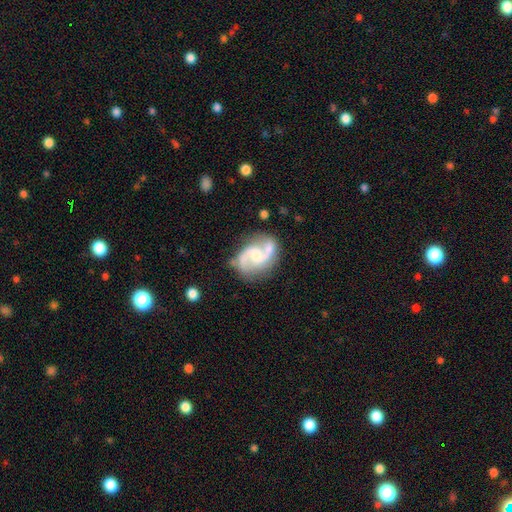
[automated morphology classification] Smooth or featured?
  - featured or disk: 89% *
  - smooth: 7%
  - star or artifact: 5%
Edge-on disk?
  - no: 98% *
  - yes: 2%
Bar?
  - no: 46% *
  - weak: 44%
  - strong: 10%
Spiral arms?
  - yes: 97% *
  - no: 3%
Spiral winding?
  - medium: 54% *
  - loose: 35%
  - tight: 12%
Spiral arm count?
  - 2: 93% *
  - can't tell: 2%
  - 3: 2%
  - 1: 2%
  - 4: 1%
  - more than 4: 1%
Bulge size?
  - small: 48% *
  - moderate: 39%
  - none: 9%
  - large: 3%
  - dominant: 1%
Merging?
  - none: 67% *
  - minor disturbance: 18%
  - merger: 7%
  - major disturbance: 7%